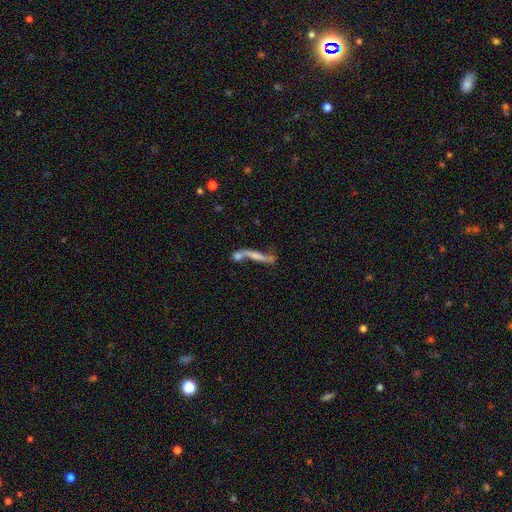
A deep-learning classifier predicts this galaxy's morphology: Q: Smooth or featured?
A: featured or disk (54%); runner-up: smooth (35%)
Q: Edge-on disk?
A: no (56%); runner-up: yes (44%)
Q: Merging?
A: merger (45%); runner-up: none (31%)